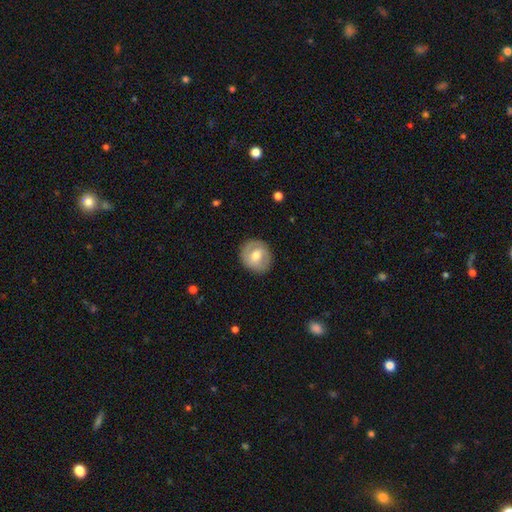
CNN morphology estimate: A smooth galaxy with no disk features (51%) that is round (78%).

Vote fractions:
- Smooth or featured? smooth: 51% / featured or disk: 42% / star or artifact: 6%
- How rounded? round: 78% / in between: 21% / cigar-shaped: 1%
- Merging? none: 85% / minor disturbance: 10% / major disturbance: 3% / merger: 1%